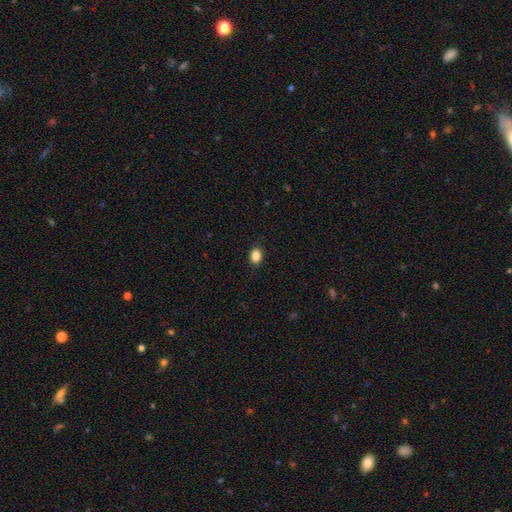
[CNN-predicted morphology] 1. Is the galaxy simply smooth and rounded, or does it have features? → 87% smooth, 10% star or artifact, 3% featured or disk.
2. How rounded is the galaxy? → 72% in between, 27% round, 1% cigar-shaped.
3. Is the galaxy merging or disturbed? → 88% none, 9% minor disturbance, 2% major disturbance, 1% merger.